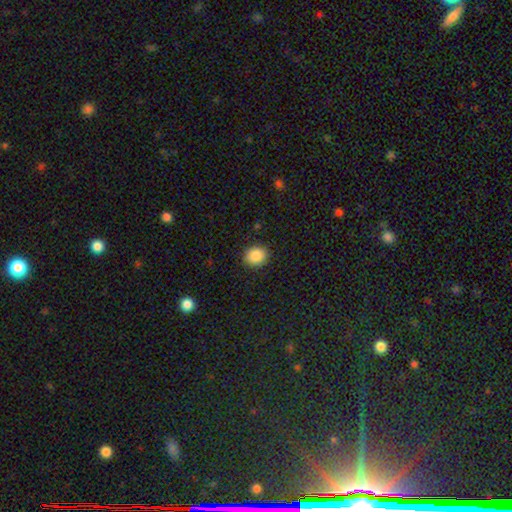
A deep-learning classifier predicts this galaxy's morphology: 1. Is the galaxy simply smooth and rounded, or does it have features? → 87% smooth, 9% star or artifact, 4% featured or disk.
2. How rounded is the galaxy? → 72% round, 27% in between, 1% cigar-shaped.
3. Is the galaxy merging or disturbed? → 89% none, 8% minor disturbance, 2% major disturbance, 1% merger.